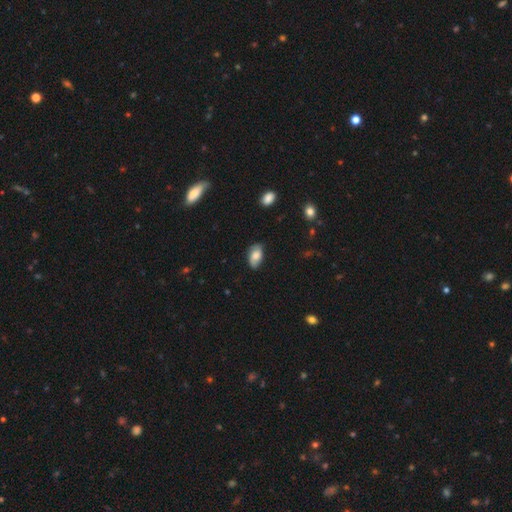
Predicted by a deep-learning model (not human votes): A smooth galaxy with no disk features (72%) that is in between round and cigar-shaped (93%). Merging: none (72%).